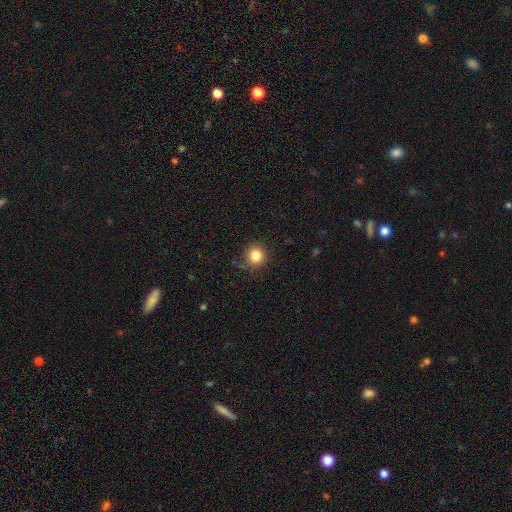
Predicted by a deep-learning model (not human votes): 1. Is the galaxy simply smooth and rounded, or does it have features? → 83% smooth, 12% star or artifact, 6% featured or disk.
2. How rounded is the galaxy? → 93% round, 6% in between, 1% cigar-shaped.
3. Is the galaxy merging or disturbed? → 86% none, 10% minor disturbance, 3% major disturbance, 1% merger.